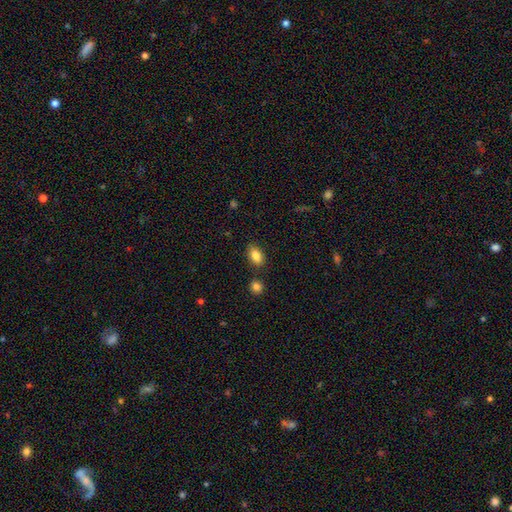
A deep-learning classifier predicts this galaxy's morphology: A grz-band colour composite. It shows a smooth galaxy with no disk features (86%) that is in between round and cigar-shaped (89%). Merging: none (81%).